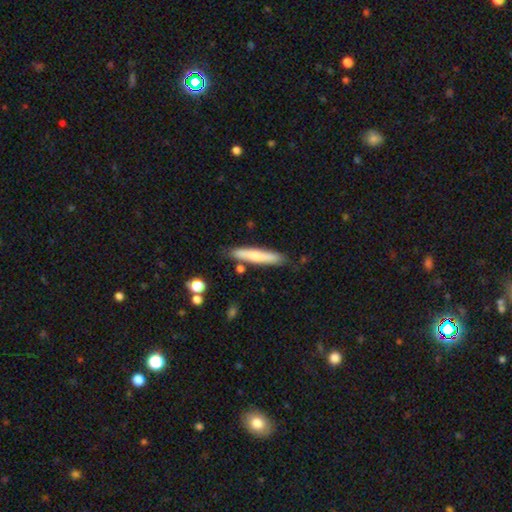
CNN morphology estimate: Q: Smooth or featured?
A: smooth (67%); runner-up: featured or disk (28%)
Q: How rounded?
A: cigar-shaped (91%); runner-up: in between (8%)
Q: Merging?
A: none (82%); runner-up: minor disturbance (12%)